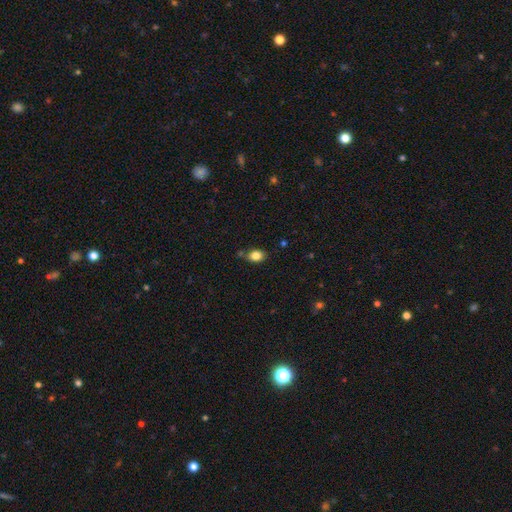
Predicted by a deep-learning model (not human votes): Q: Smooth or featured?
A: smooth (83%); runner-up: star or artifact (10%)
Q: How rounded?
A: in between (75%); runner-up: round (24%)
Q: Merging?
A: none (75%); runner-up: minor disturbance (16%)